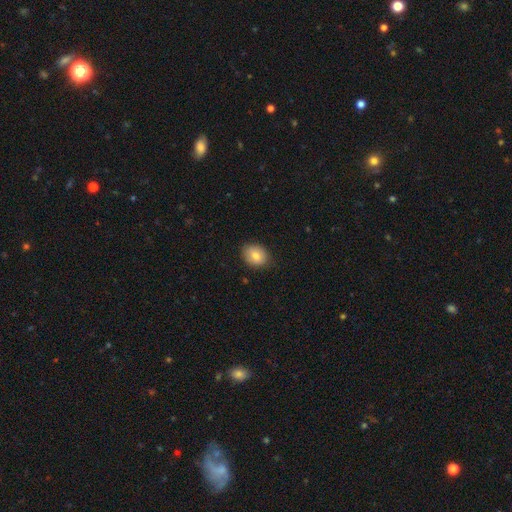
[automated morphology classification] Overall: smooth (82%). How rounded: in between (51%; round 48%). Merging: none (83%).